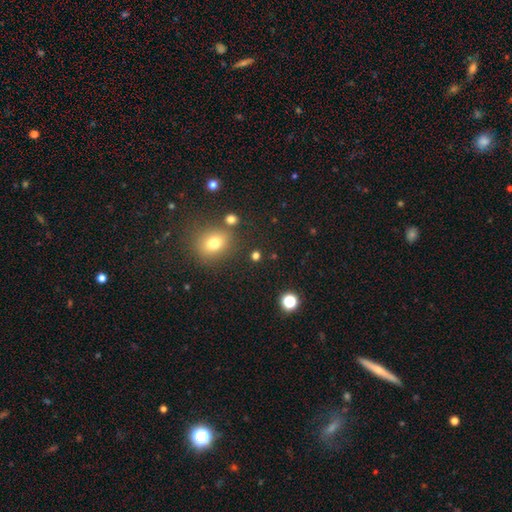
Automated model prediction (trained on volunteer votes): Overall: smooth (70%). How rounded: round (79%). Merging: none (80%).